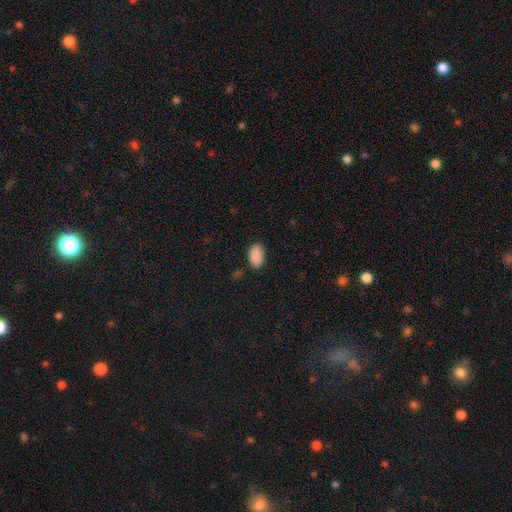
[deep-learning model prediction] Smooth or featured? Predicted: smooth (p=0.90). How rounded? Predicted: in between (p=0.93). Merging? Predicted: none (p=0.82).